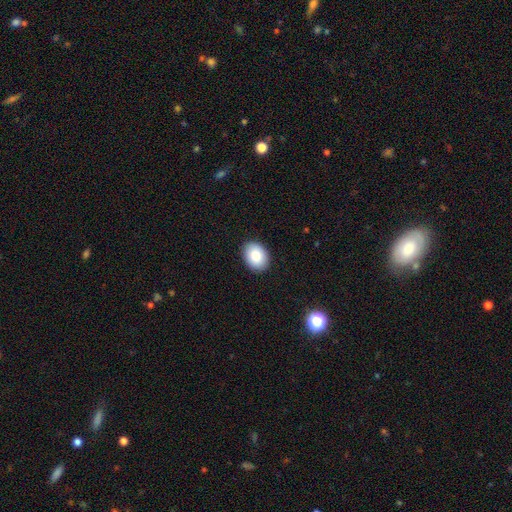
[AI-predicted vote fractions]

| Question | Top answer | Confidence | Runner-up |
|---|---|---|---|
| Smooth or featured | smooth | 83% | featured or disk (10%) |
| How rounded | in between | 66% | round (33%) |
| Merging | none | 90% | minor disturbance (7%) |